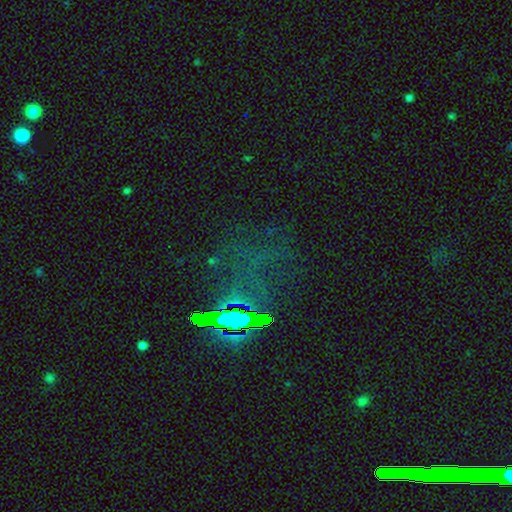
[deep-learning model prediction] The model was most divided on "smooth or featured": star or artifact: 67%, smooth: 17%, featured or disk: 16%.